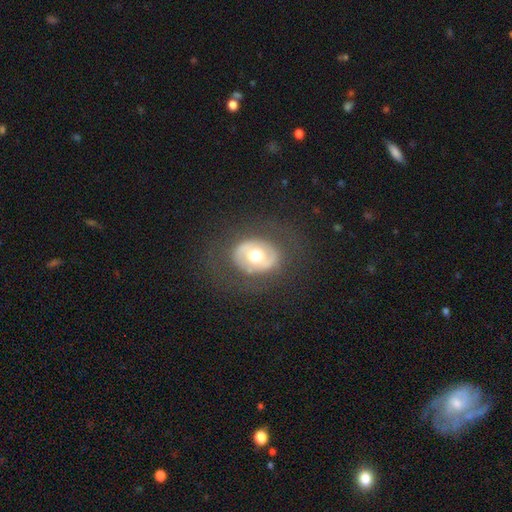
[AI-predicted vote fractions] A featured or disk galaxy (54%) with no bar (65%), no spiral arms (72%) and a moderate central bulge (70%). Merging: none (75%).